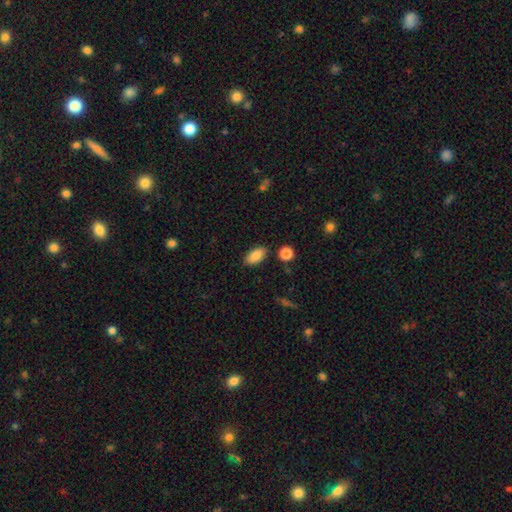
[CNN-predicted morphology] smooth_or_featured: smooth (p=0.86) [alt: star or artifact p=0.07]
how_rounded: in between (p=0.91) [alt: cigar-shaped p=0.05]
merging: none (p=0.86) [alt: minor disturbance p=0.09]